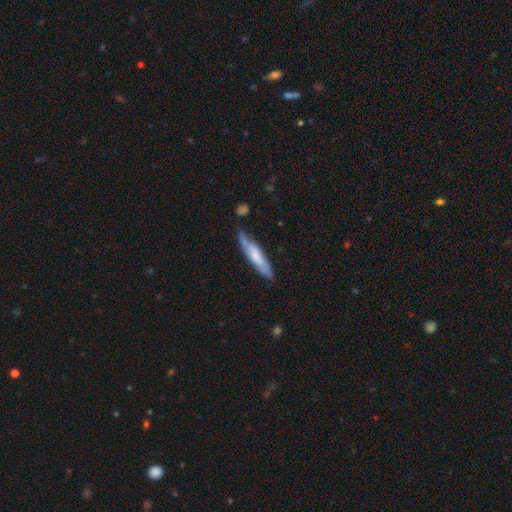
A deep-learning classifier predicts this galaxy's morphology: A smooth galaxy with no disk features (51%) that is cigar-shaped (83%).

Vote fractions:
- Smooth or featured? smooth: 51% / featured or disk: 43% / star or artifact: 5%
- How rounded? cigar-shaped: 83% / in between: 16% / round: 1%
- Merging? none: 67% / minor disturbance: 24% / major disturbance: 5% / merger: 4%